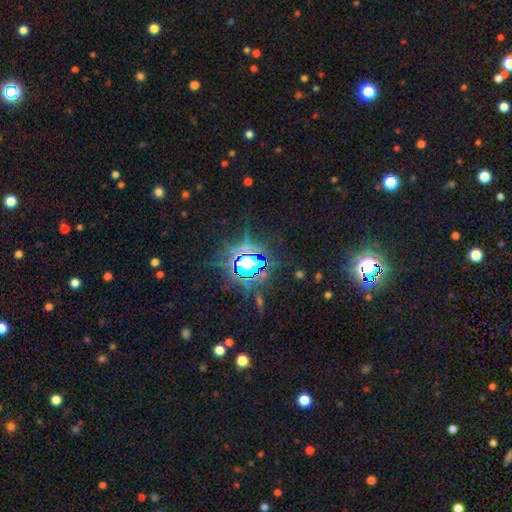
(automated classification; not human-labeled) Q: Smooth or featured?
A: star or artifact (80%); runner-up: smooth (10%)